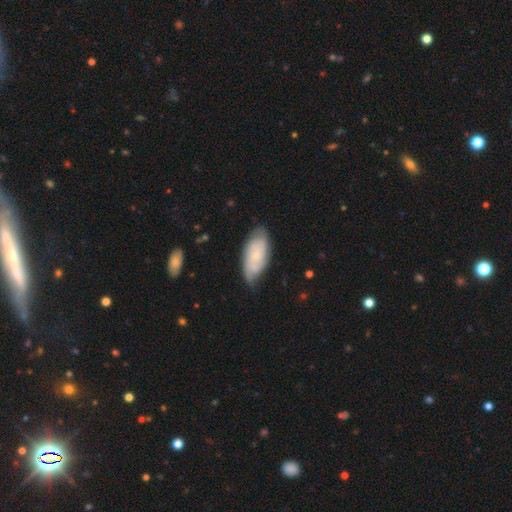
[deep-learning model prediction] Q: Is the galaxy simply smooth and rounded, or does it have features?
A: featured or disk — 48%.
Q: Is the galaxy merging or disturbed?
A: none — 67%.